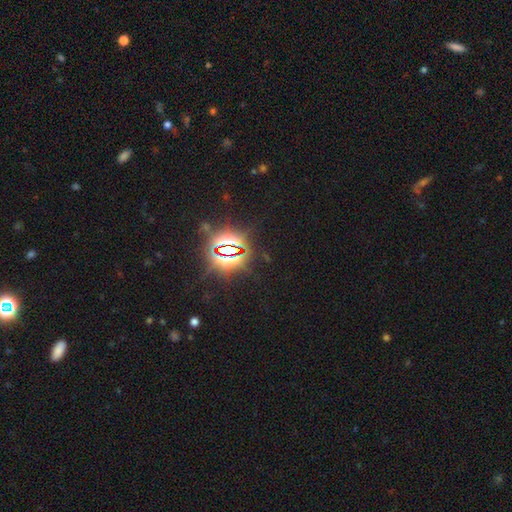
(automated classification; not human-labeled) Smooth or featured?
  - star or artifact: 84% *
  - smooth: 9%
  - featured or disk: 7%